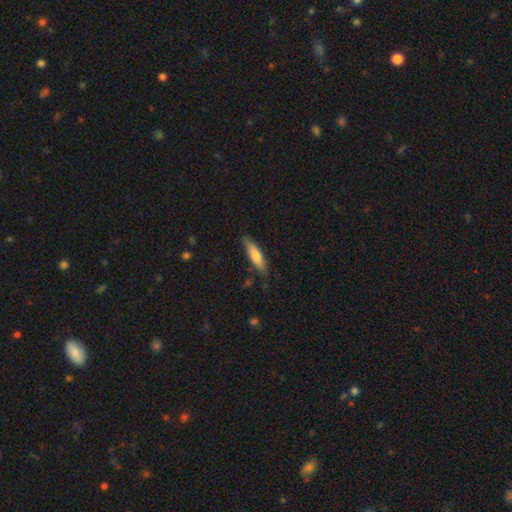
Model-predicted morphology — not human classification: This appears to be a smooth galaxy with no disk features (71%) that is cigar-shaped (71%). Merging: none (81%).